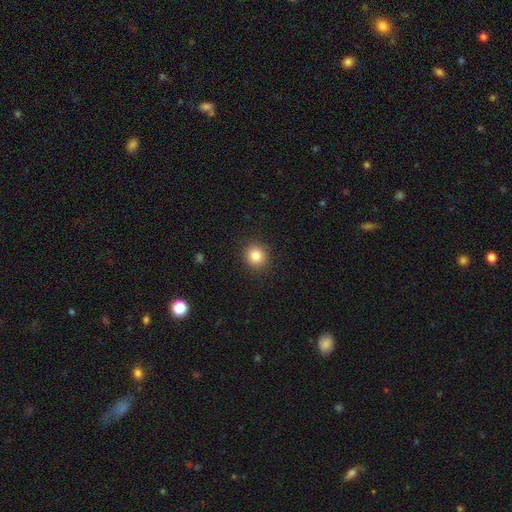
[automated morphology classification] Overall: smooth (83%). How rounded: round (90%). Merging: none (91%).